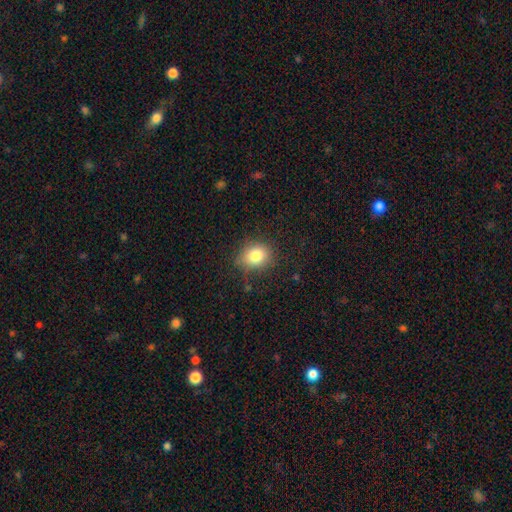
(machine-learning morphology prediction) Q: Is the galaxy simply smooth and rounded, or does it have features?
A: smooth — 81%.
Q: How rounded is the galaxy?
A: round — 55%.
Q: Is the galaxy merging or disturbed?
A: none — 80%.